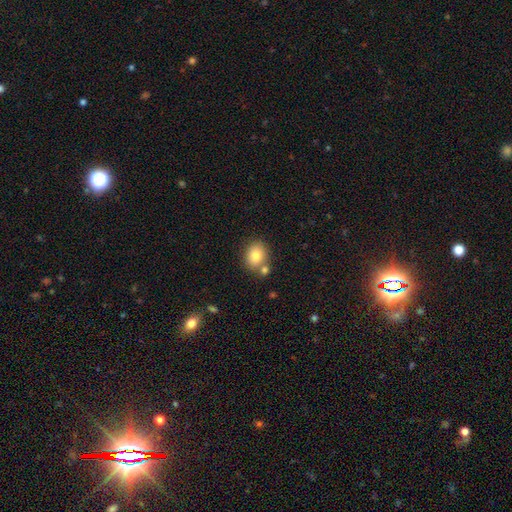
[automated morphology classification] Smooth or featured? smooth (81%)
How rounded? in between (52%)
Merging? none (68%)